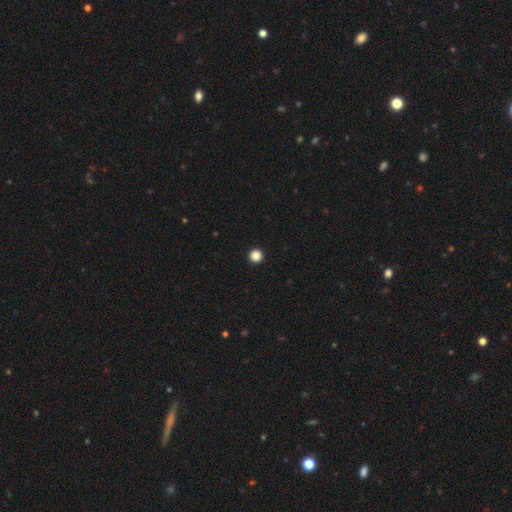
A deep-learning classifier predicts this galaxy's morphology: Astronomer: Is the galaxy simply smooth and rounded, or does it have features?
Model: smooth — 86%.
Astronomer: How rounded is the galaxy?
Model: round — 97%.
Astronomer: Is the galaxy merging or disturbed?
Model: none — 95%.